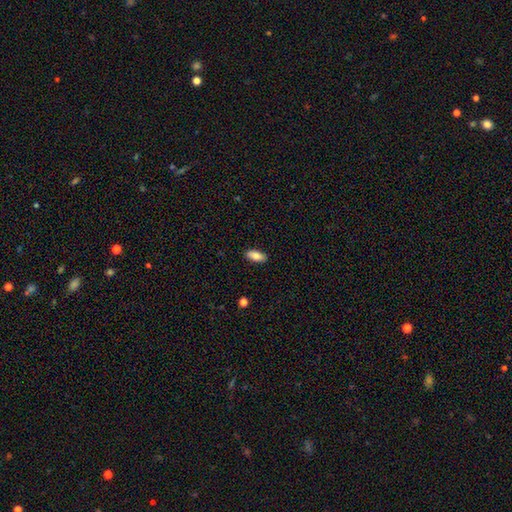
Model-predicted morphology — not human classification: The model was most divided on "smooth or featured": smooth: 81%, featured or disk: 12%, star or artifact: 7%. More confident: merging — none (89%); how rounded — in between (86%).